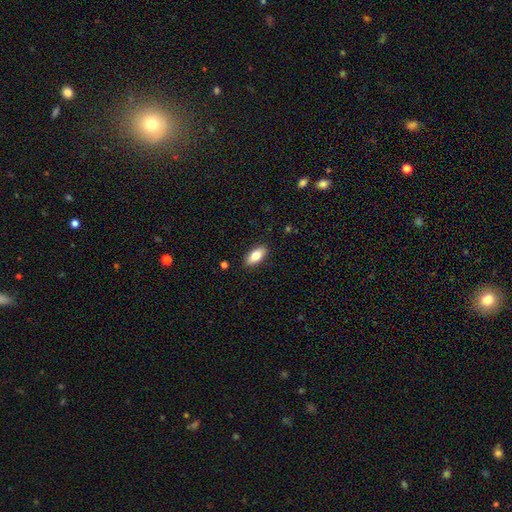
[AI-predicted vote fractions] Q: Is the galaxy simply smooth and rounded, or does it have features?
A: smooth — 80%.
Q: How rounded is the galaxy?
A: in between — 87%.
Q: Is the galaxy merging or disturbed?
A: none — 89%.